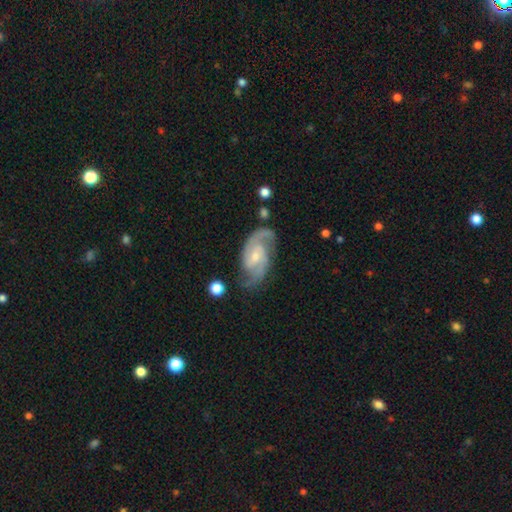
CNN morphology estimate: Smooth or featured?
  - featured or disk: 90% *
  - smooth: 6%
  - star or artifact: 4%
Edge-on disk?
  - no: 97% *
  - yes: 3%
Bar?
  - weak: 48% *
  - no: 39%
  - strong: 13%
Spiral arms?
  - yes: 98% *
  - no: 2%
Spiral winding?
  - medium: 55% *
  - tight: 29%
  - loose: 16%
Spiral arm count?
  - 2: 86% *
  - 3: 5%
  - can't tell: 4%
  - 1: 2%
  - 4: 1%
  - more than 4: 1%
Bulge size?
  - small: 63% *
  - moderate: 31%
  - none: 3%
  - large: 2%
  - dominant: 1%
Merging?
  - none: 75% *
  - minor disturbance: 17%
  - major disturbance: 6%
  - merger: 2%